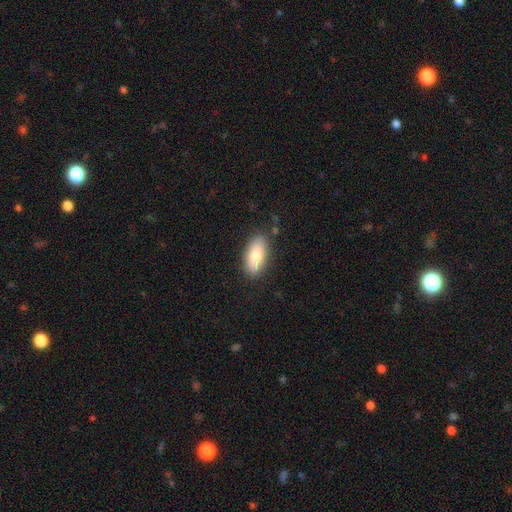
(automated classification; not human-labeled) Smooth or featured? Predicted: smooth (p=0.80). How rounded? Predicted: in between (p=0.87). Merging? Predicted: none (p=0.84).